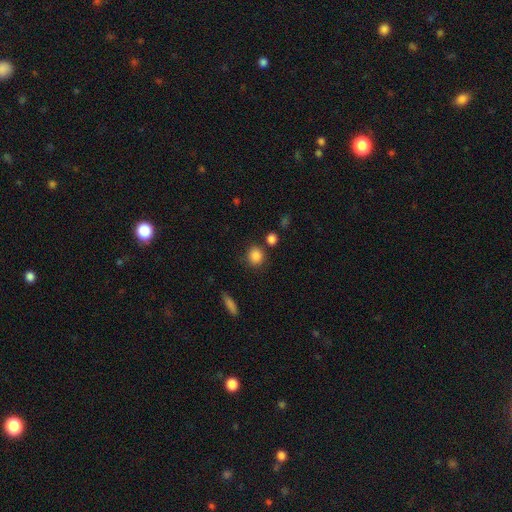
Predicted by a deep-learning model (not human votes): A smooth galaxy with no disk features (86%) that is round (83%). Merging: none (78%).